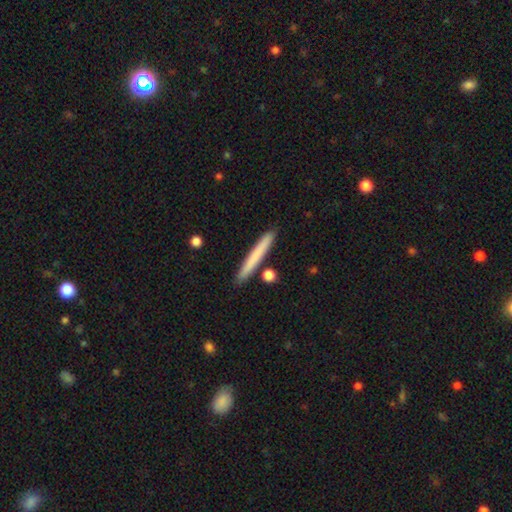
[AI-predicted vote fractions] smooth-or-featured: smooth: 72% | featured or disk: 22% | star or artifact: 6%
  how-rounded: cigar-shaped: 97% | in between: 2% | round: 1%
  merging: none: 88% | minor disturbance: 7% | merger: 3% | major disturbance: 1%